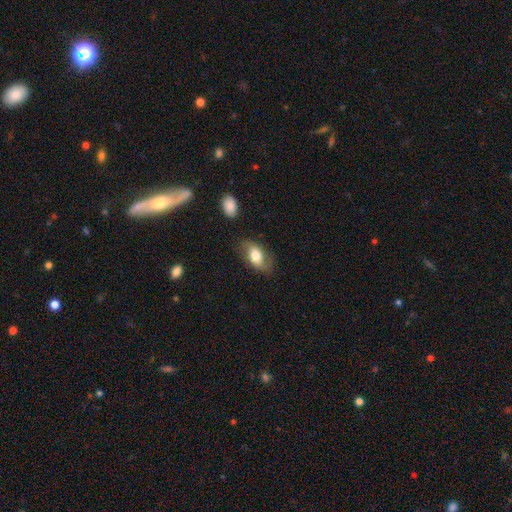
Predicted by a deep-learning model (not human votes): Smooth or featured? smooth (70%)
How rounded? in between (89%)
Merging? none (72%)